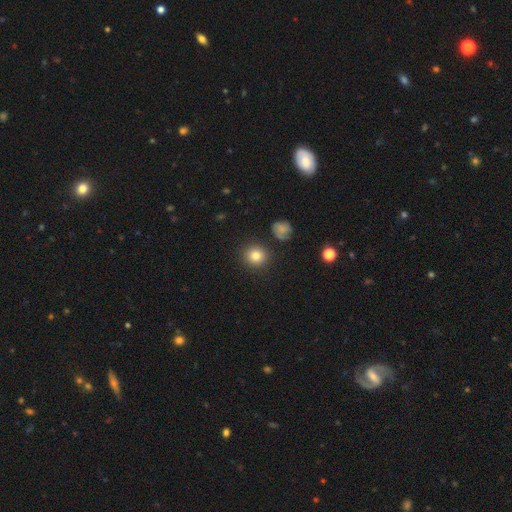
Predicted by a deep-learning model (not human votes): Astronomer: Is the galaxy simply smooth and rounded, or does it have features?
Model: smooth — 82%.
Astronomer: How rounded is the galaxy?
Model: round — 90%.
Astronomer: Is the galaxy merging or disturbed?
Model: none — 88%.